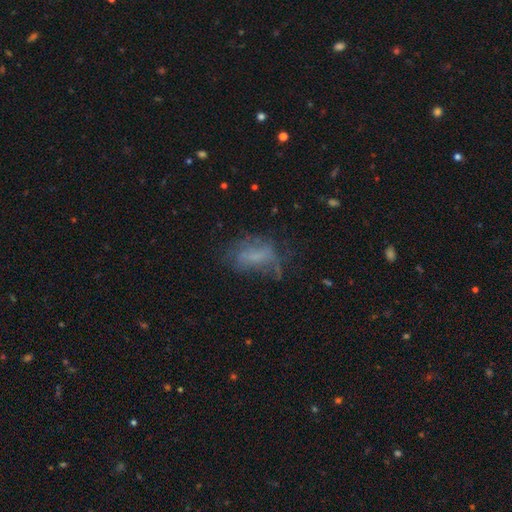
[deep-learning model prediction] The model was most divided on "merging": none: 44%, major disturbance: 27%, minor disturbance: 26%, merger: 3%. More confident: how rounded — in between (85%); smooth or featured — smooth (50%).